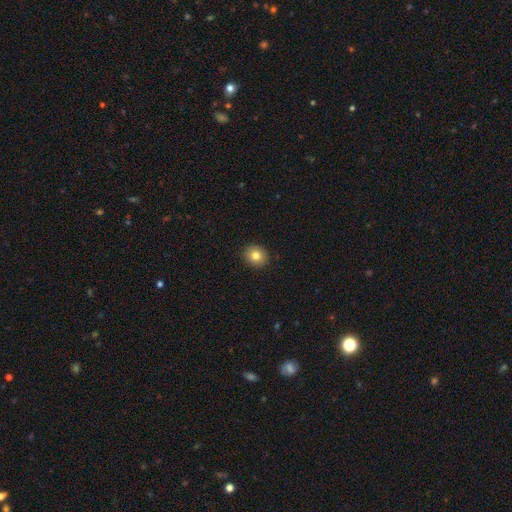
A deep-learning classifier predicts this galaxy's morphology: The model was most divided on "how rounded": round: 83%, in between: 16%, cigar-shaped: 1%. More confident: merging — none (91%); smooth or featured — smooth (81%).